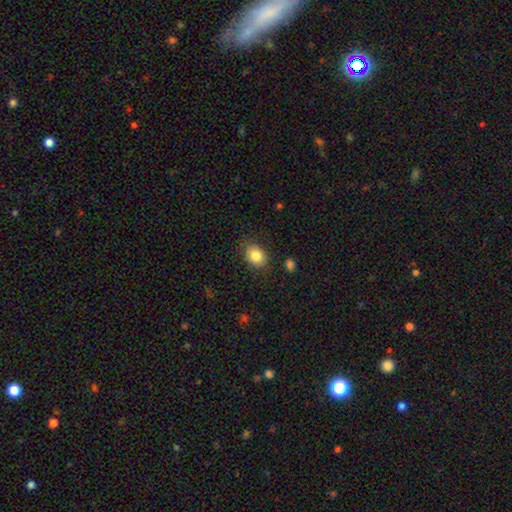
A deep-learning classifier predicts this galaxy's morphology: Smooth or featured?
  - smooth: 84% *
  - star or artifact: 9%
  - featured or disk: 7%
How rounded?
  - in between: 57% *
  - round: 42%
  - cigar-shaped: 1%
Merging?
  - none: 84% *
  - minor disturbance: 12%
  - major disturbance: 3%
  - merger: 2%